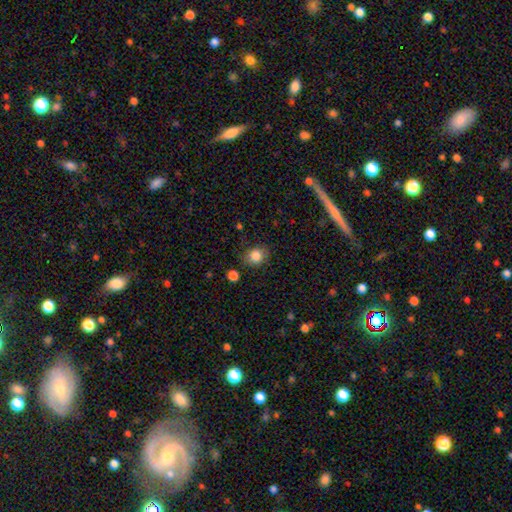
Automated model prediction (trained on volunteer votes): Smooth or featured: smooth — 85% (star or artifact — 10%)
How rounded: round — 71% (in between — 28%)
Merging: none — 76% (minor disturbance — 17%)